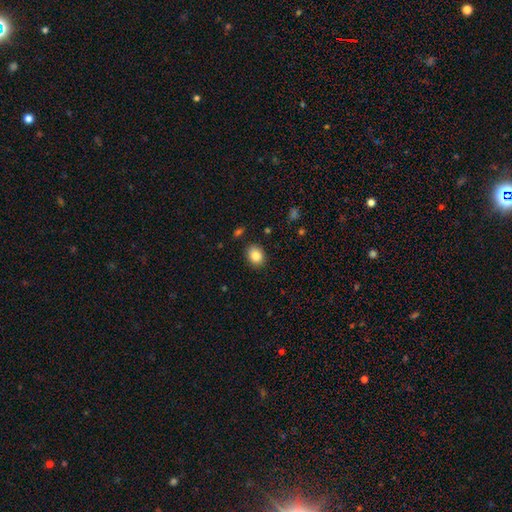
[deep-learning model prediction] This appears to be a smooth galaxy with no disk features (85%) that is in between round and cigar-shaped (54%). Merging: none (88%).